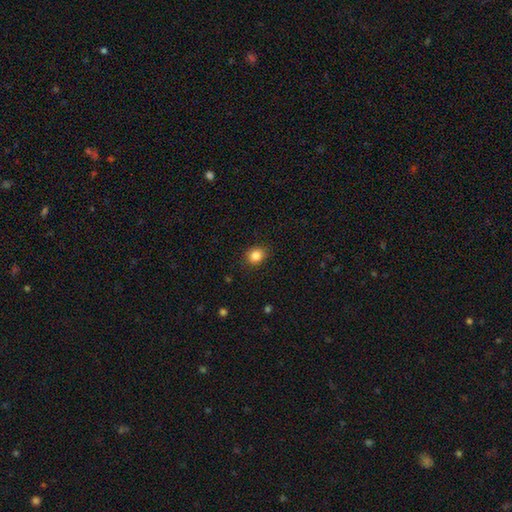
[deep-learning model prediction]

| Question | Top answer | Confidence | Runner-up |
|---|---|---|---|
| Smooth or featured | smooth | 84% | star or artifact (11%) |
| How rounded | round | 67% | in between (32%) |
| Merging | none | 87% | minor disturbance (9%) |